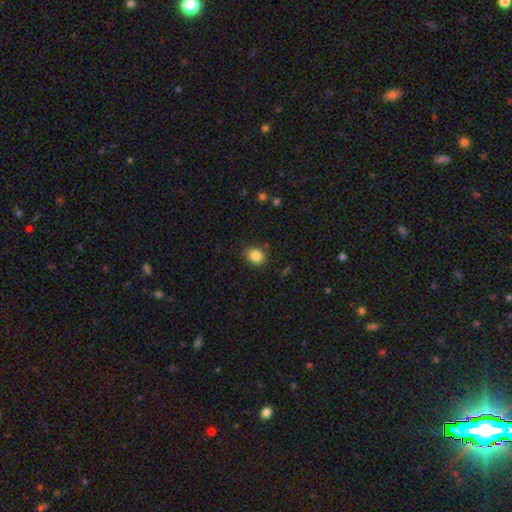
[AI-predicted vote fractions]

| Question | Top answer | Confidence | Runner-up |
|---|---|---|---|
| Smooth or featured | smooth | 85% | star or artifact (10%) |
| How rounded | round | 69% | in between (30%) |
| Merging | none | 85% | minor disturbance (11%) |